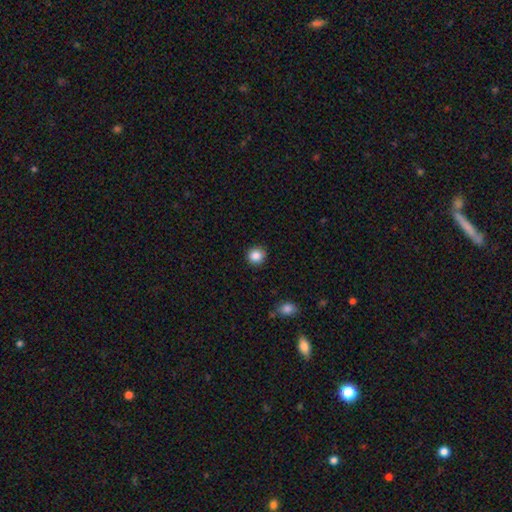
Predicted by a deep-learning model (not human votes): Smooth or featured? Predicted: smooth (p=0.86). How rounded? Predicted: round (p=0.93). Merging? Predicted: none (p=0.90).